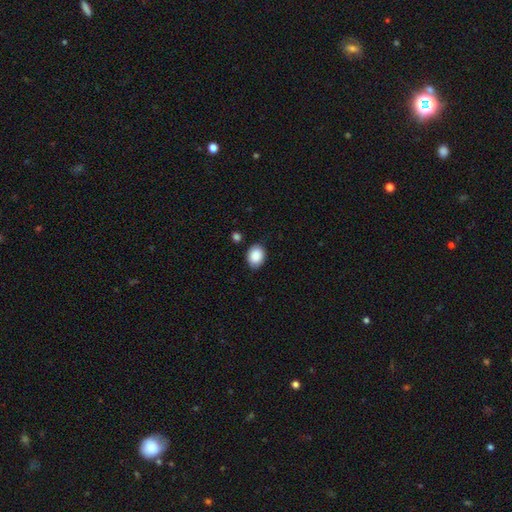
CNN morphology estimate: smooth 89%, star or artifact 7%, featured or disk 4%. Down the decision tree: how rounded — in between (61%); merging — none (84%).